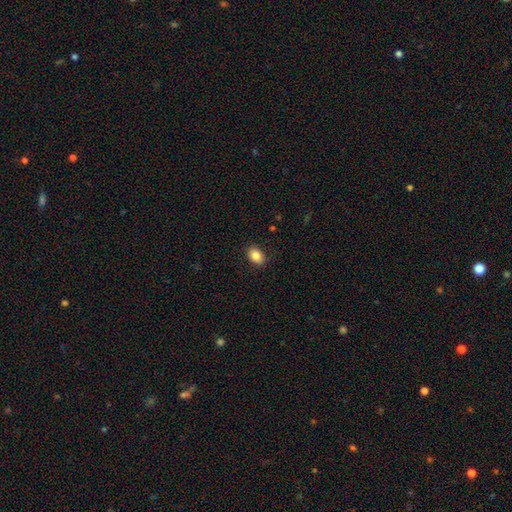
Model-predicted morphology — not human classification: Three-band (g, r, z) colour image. It shows a smooth galaxy with no disk features (85%) that is in between round and cigar-shaped (78%). Merging: none (88%).